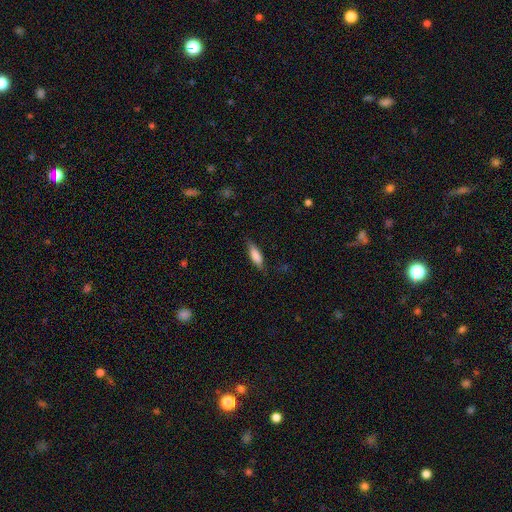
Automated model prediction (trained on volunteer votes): A smooth galaxy with no disk features (80%) that is in between round and cigar-shaped (50%). Merging: none (78%).